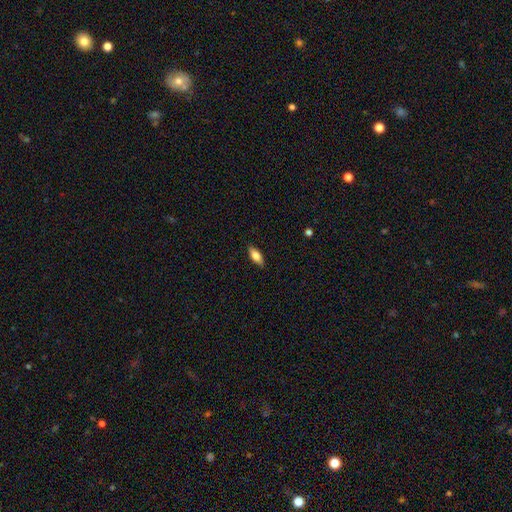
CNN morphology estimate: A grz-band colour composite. It shows a smooth galaxy with no disk features (71%) that is in between round and cigar-shaped (78%). Merging: none (87%).